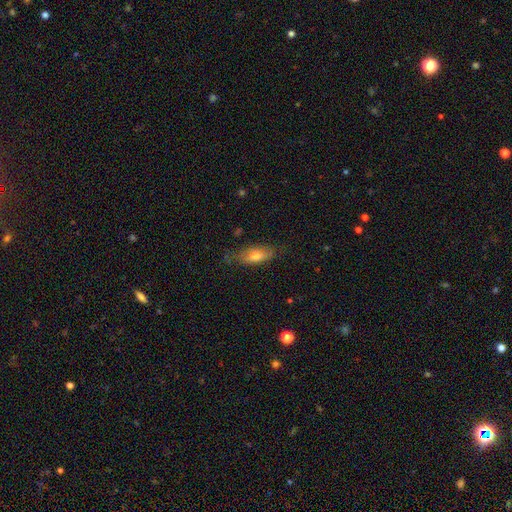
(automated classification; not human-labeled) Q: Smooth or featured?
A: smooth (62%); runner-up: featured or disk (30%)
Q: How rounded?
A: in between (71%); runner-up: cigar-shaped (26%)
Q: Merging?
A: none (67%); runner-up: minor disturbance (24%)